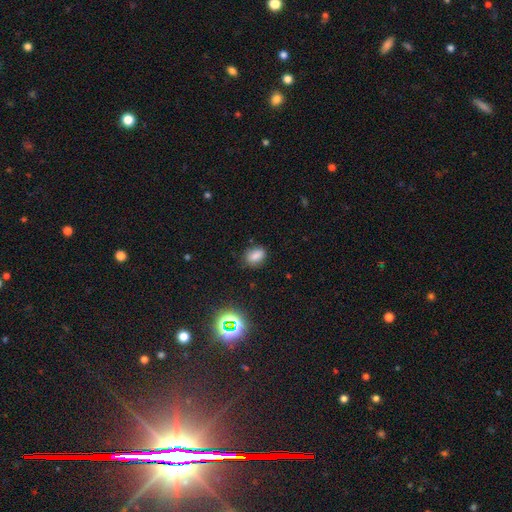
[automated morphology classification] Overall: smooth (79%). How rounded: in between (76%). Merging: none (80%).